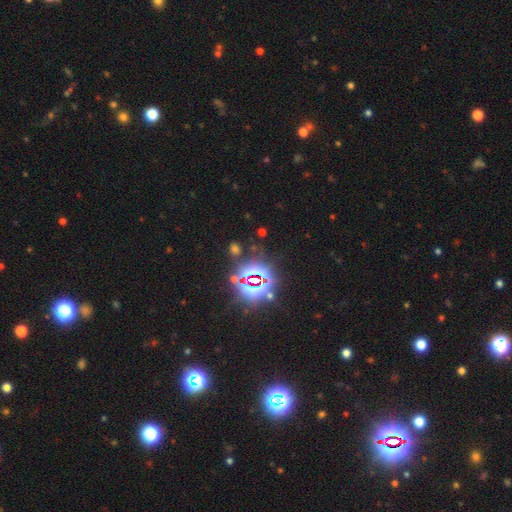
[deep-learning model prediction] Smooth or featured?
  - star or artifact: 81% *
  - smooth: 12%
  - featured or disk: 7%